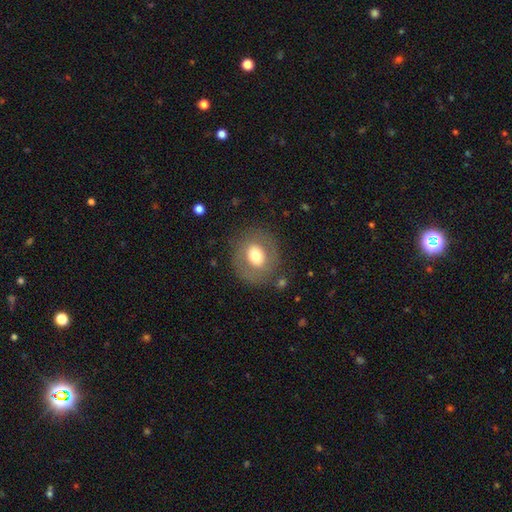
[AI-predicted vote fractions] smooth-or-featured: smooth: 62% | featured or disk: 29% | star or artifact: 9%
  how-rounded: round: 69% | in between: 30% | cigar-shaped: 1%
  merging: none: 80% | minor disturbance: 11% | major disturbance: 7% | merger: 2%